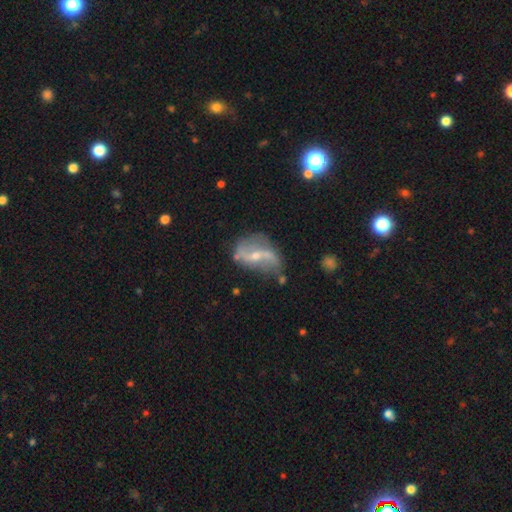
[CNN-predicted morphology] type=featured or disk (82%); edge-on=no (95%); bar=weak (38%); spiral arms=yes (88%); winding=loose (81%); arm count=2 (89%); bulge=small (60%); merging=none (59%).